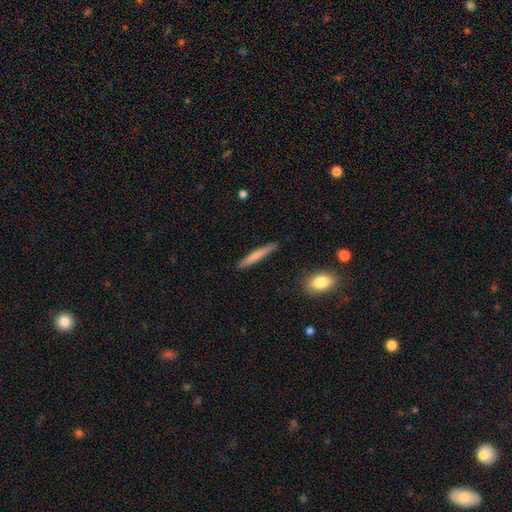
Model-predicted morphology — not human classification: smooth-or-featured: smooth: 69% | featured or disk: 25% | star or artifact: 6%
  how-rounded: cigar-shaped: 95% | in between: 3% | round: 1%
  merging: none: 89% | minor disturbance: 8% | major disturbance: 2% | merger: 1%